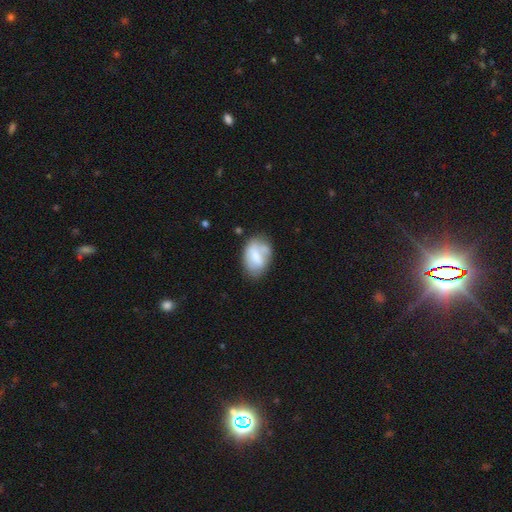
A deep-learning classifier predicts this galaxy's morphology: A smooth galaxy with no disk features (62%) that is in between round and cigar-shaped (85%). Merging: none (51%).